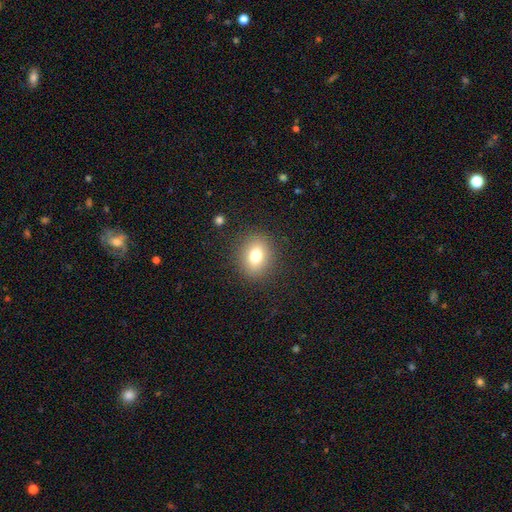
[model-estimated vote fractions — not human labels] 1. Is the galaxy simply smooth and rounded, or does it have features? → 75% smooth, 12% featured or disk, 12% star or artifact.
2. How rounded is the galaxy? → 58% round, 41% in between, 1% cigar-shaped.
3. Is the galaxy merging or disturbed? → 88% none, 8% minor disturbance, 4% major disturbance, 1% merger.